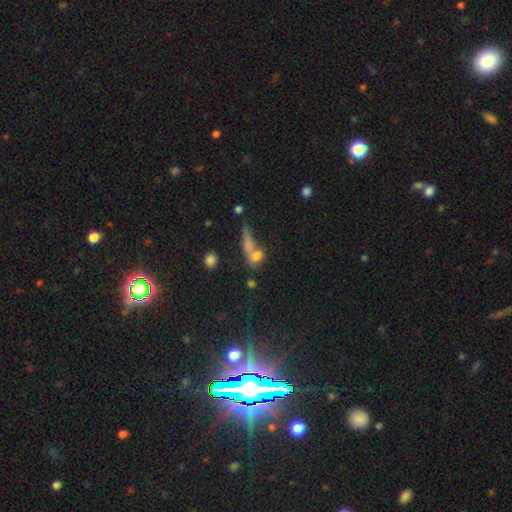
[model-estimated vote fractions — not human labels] Smooth or featured? smooth (67%)
How rounded? in between (46%)
Merging? none (39%, tied with merger)